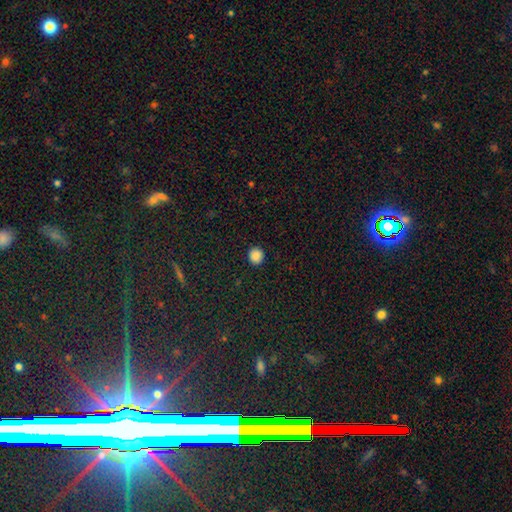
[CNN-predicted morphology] smooth-or-featured: smooth: 87% | star or artifact: 10% | featured or disk: 3%
  how-rounded: round: 91% | in between: 9% | cigar-shaped: 1%
  merging: none: 92% | minor disturbance: 5% | major disturbance: 2% | merger: 1%